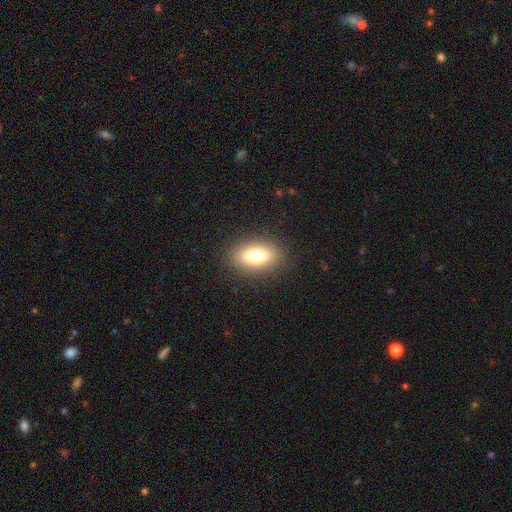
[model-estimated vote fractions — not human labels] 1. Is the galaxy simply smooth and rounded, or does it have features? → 77% smooth, 14% featured or disk, 9% star or artifact.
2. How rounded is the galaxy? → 85% in between, 8% round, 8% cigar-shaped.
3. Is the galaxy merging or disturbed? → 88% none, 9% minor disturbance, 3% major disturbance, 1% merger.